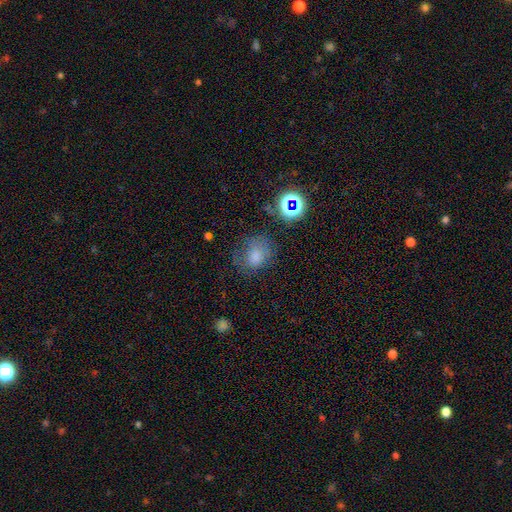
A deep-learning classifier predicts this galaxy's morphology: Smooth or featured? smooth (63%)
How rounded? round (63%)
Merging? none (60%)